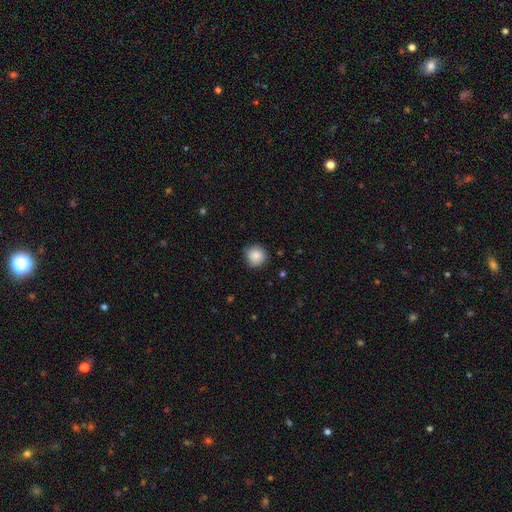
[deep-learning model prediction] Smooth or featured? Predicted: smooth (p=0.86). How rounded? Predicted: round (p=0.92). Merging? Predicted: none (p=0.82).